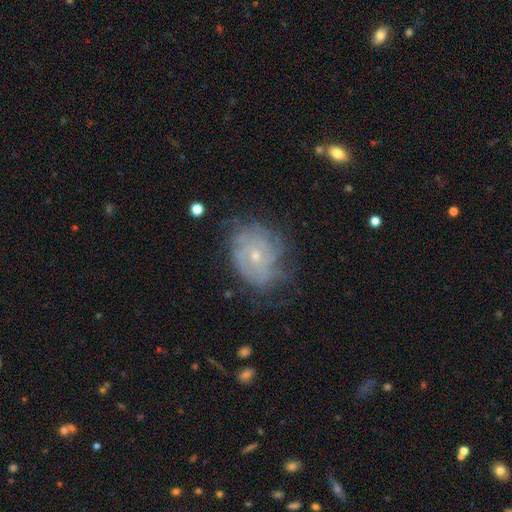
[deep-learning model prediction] Morphology: type=featured or disk (71%); edge-on=no (97%); bar=no (75%); spiral arms=yes (83%); winding=tight (65%); arm count=can't tell (56%); bulge=small (66%); merging=none (61%).